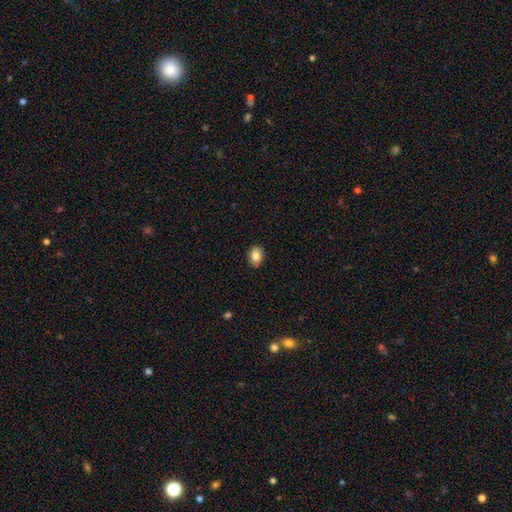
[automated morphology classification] A smooth galaxy with no disk features (85%) that is in between round and cigar-shaped (71%). Merging: none (89%).